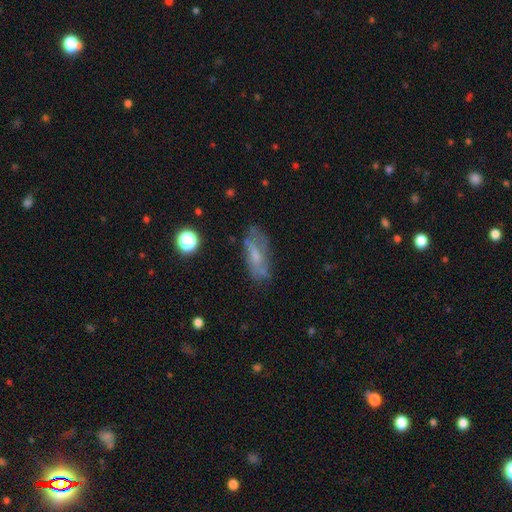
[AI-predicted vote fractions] A featured or disk galaxy (45%, tied with smooth). Merging: none (64%).